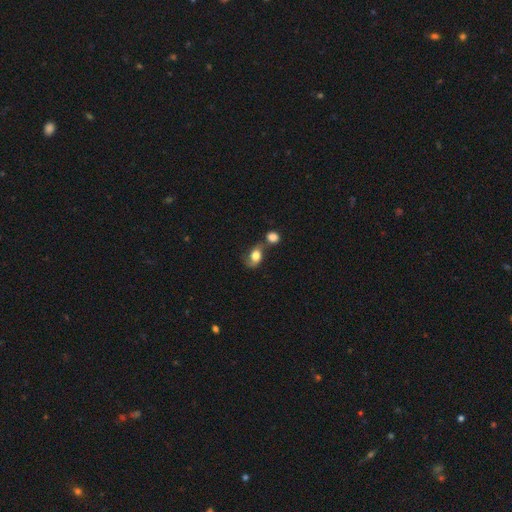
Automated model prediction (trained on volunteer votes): Smooth or featured: smooth — 62% (featured or disk — 28%)
How rounded: in between — 75% (round — 23%)
Merging: none — 38% (merger — 32%)